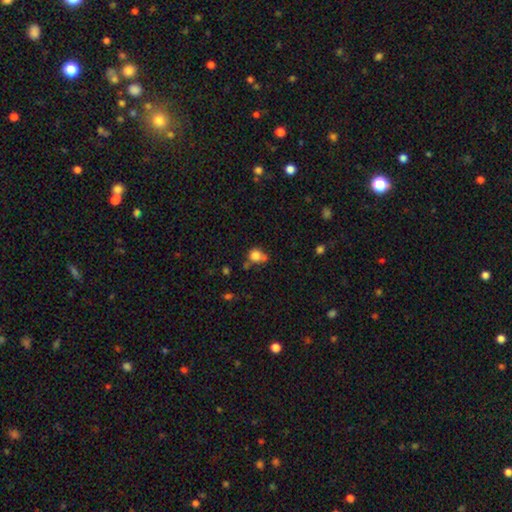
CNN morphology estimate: Smooth or featured? Predicted: smooth (p=0.80). How rounded? Predicted: round (p=0.72). Merging? Predicted: none (p=0.44).